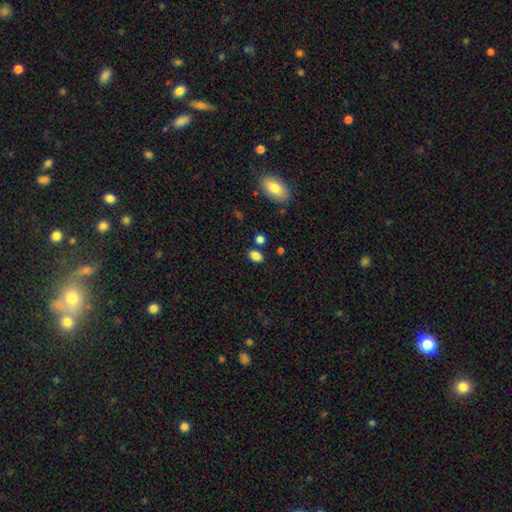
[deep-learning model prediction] This appears to be a smooth galaxy with no disk features (84%) that is in between round and cigar-shaped (85%). Merging: none (79%).